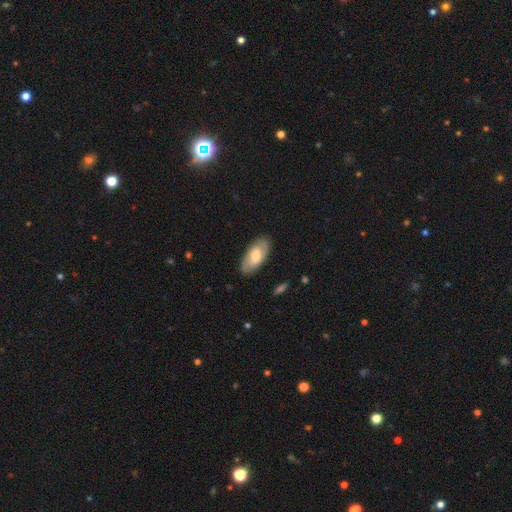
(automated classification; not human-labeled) Smooth or featured? Predicted: smooth (p=0.53). How rounded? Predicted: in between (p=0.91). Merging? Predicted: none (p=0.85).